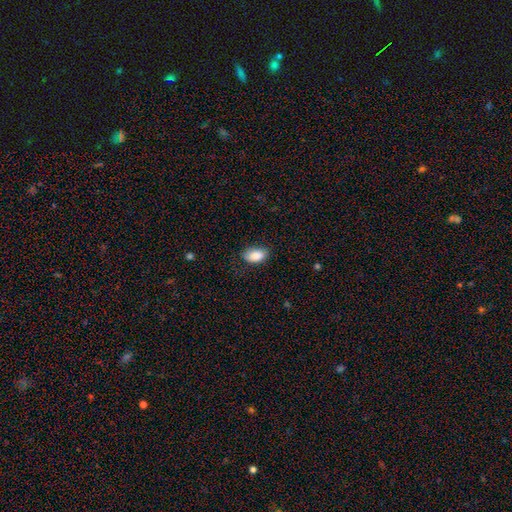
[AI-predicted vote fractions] smooth-or-featured: smooth: 87% | star or artifact: 7% | featured or disk: 6%
  how-rounded: in between: 92% | round: 6% | cigar-shaped: 2%
  merging: none: 76% | minor disturbance: 19% | major disturbance: 4% | merger: 1%